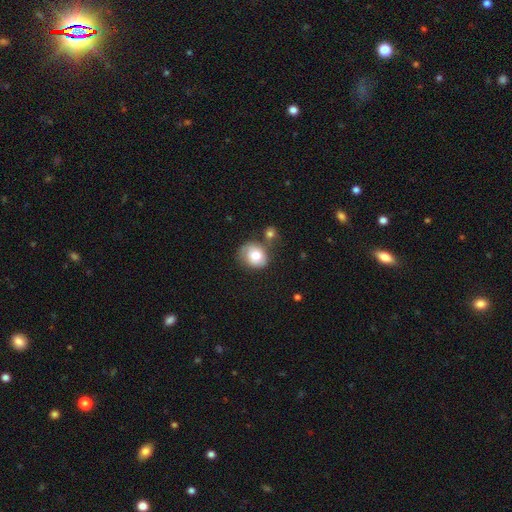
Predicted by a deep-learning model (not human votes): This is likely a smooth galaxy (70%). How rounded: likely round (64%). Merging: possibly none (51%).